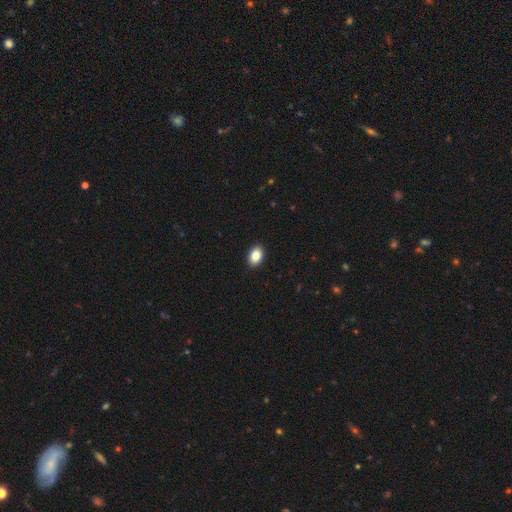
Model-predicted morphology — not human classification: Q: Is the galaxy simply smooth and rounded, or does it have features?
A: smooth — 87%.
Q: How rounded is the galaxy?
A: in between — 87%.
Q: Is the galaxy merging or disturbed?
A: none — 91%.